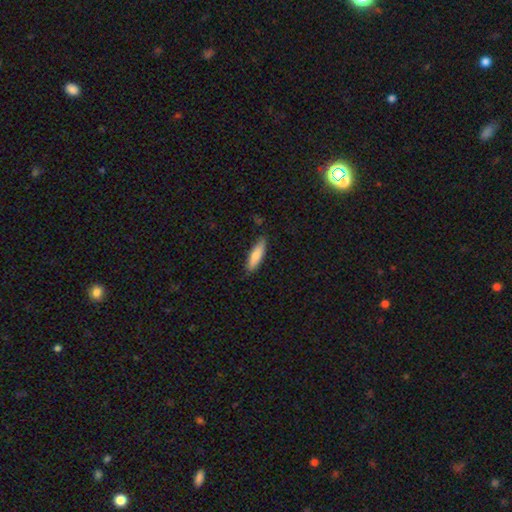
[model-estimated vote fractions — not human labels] Smooth or featured? Predicted: smooth (p=0.79). How rounded? Predicted: cigar-shaped (p=0.64). Merging? Predicted: none (p=0.84).